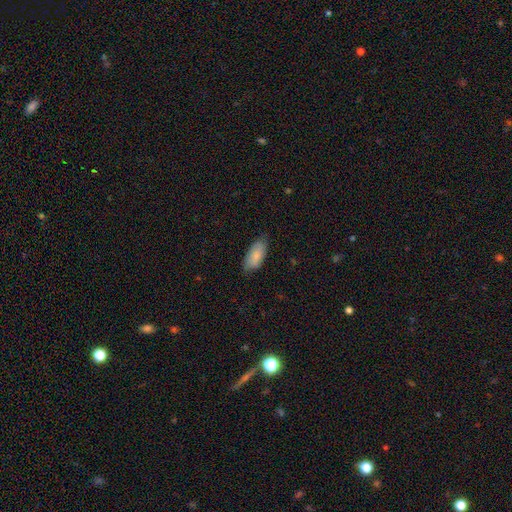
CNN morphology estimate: Smooth or featured? Predicted: smooth (p=0.81). How rounded? Predicted: in between (p=0.88). Merging? Predicted: none (p=0.73).